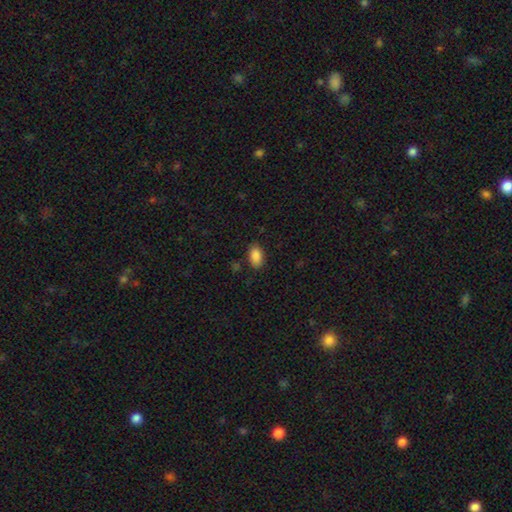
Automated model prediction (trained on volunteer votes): Smooth or featured?
  - smooth: 88% *
  - star or artifact: 8%
  - featured or disk: 4%
How rounded?
  - in between: 92% *
  - round: 5%
  - cigar-shaped: 2%
Merging?
  - none: 84% *
  - minor disturbance: 11%
  - major disturbance: 3%
  - merger: 2%